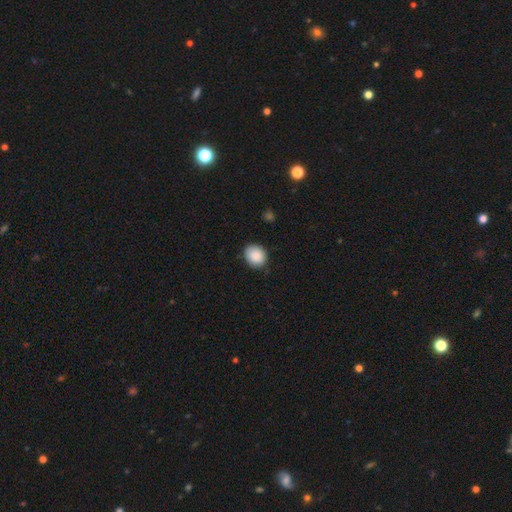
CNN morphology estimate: This is clearly a smooth galaxy (89%). How rounded: likely round (61%). Merging: clearly none (81%).